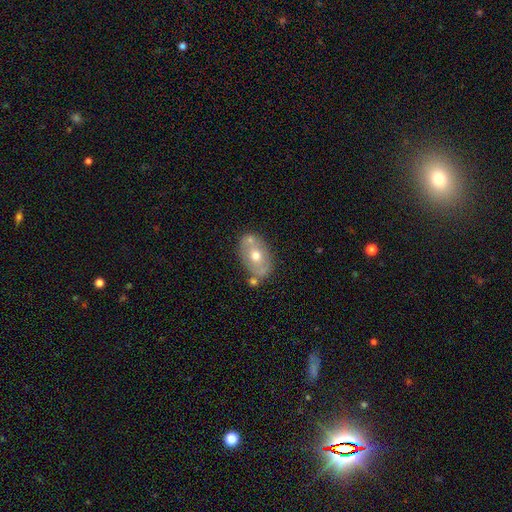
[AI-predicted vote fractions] smooth 50%, featured or disk 43%, star or artifact 7%. Down the decision tree: merging — none (59%).